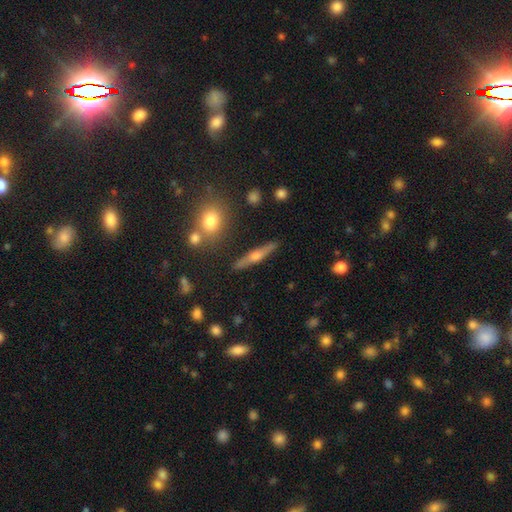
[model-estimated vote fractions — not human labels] This appears to be a featured or disk galaxy (66%) viewed edge-on (95%) with a rounded central bulge (92%). Merging: none (85%).